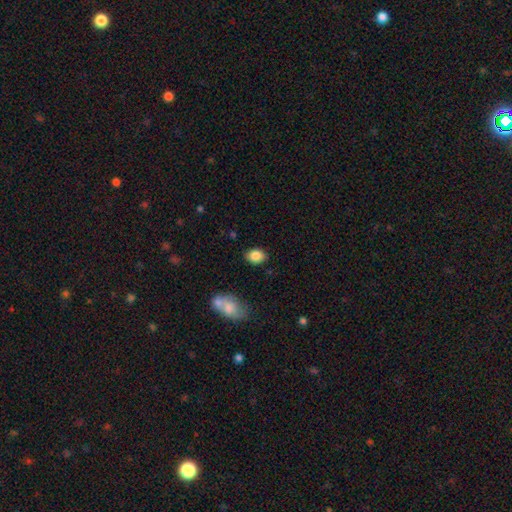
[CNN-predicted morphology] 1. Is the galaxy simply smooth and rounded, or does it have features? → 86% smooth, 8% star or artifact, 6% featured or disk.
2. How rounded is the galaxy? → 66% in between, 33% round, 1% cigar-shaped.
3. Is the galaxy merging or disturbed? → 84% none, 11% minor disturbance, 3% major disturbance, 2% merger.